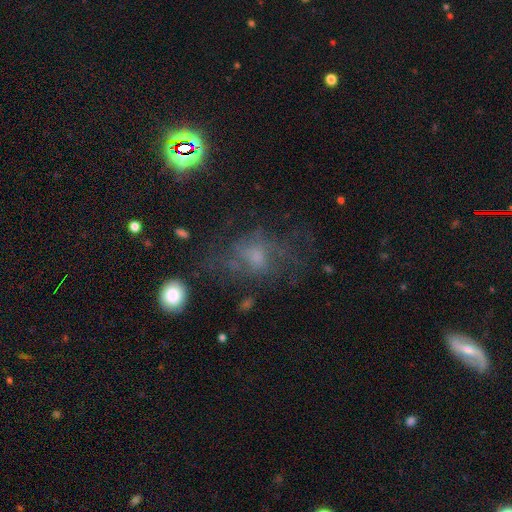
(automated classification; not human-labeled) The model was most divided on "smooth or featured": smooth: 41%, featured or disk: 40%, star or artifact: 19%. Remaining: merging — none (45%).